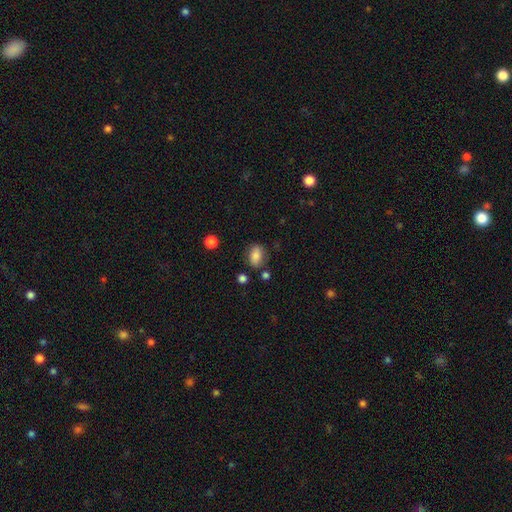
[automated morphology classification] Smooth or featured: smooth — 83% (star or artifact — 9%)
How rounded: in between — 82% (round — 16%)
Merging: none — 74% (minor disturbance — 17%)